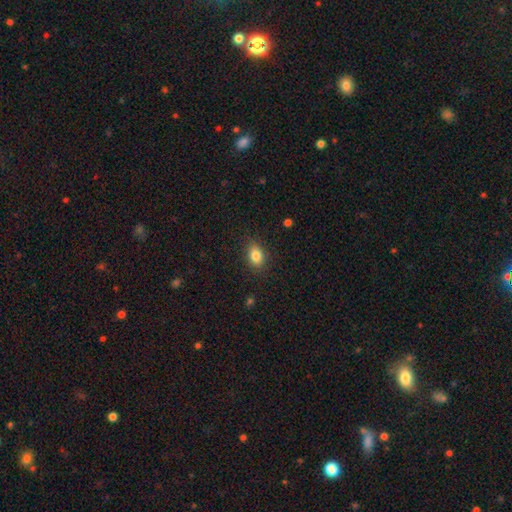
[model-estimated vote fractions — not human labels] smooth_or_featured: smooth (p=0.84) [alt: star or artifact p=0.09]
how_rounded: in between (p=0.78) [alt: round p=0.20]
merging: none (p=0.85) [alt: minor disturbance p=0.11]